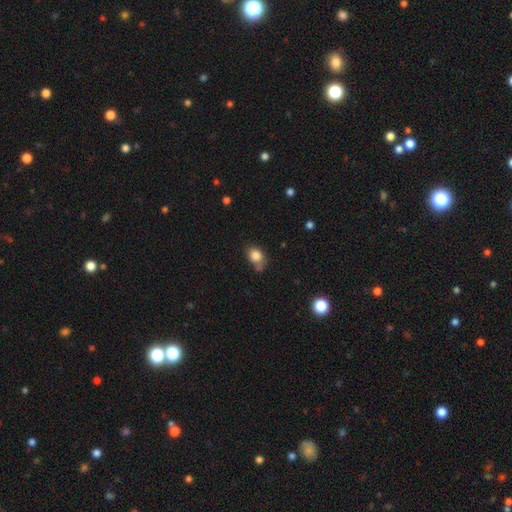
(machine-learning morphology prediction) The model was most divided on "how rounded": in between: 58%, round: 41%, cigar-shaped: 1%. More confident: smooth or featured — smooth (83%); merging — none (54%).